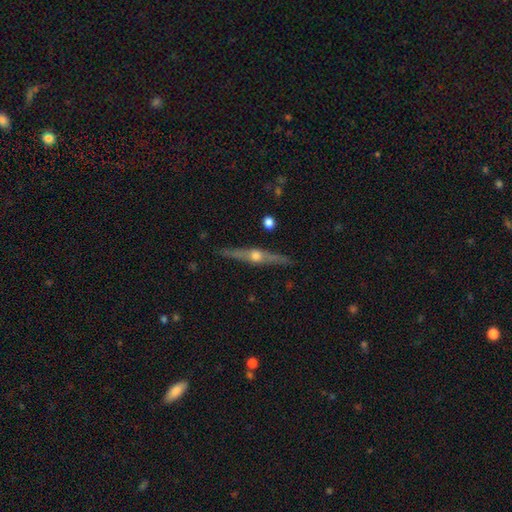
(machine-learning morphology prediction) Overall: featured or disk (82%). Edge-on disk: yes (97%). Edge-on bulge: rounded (94%). Merging: none (88%).